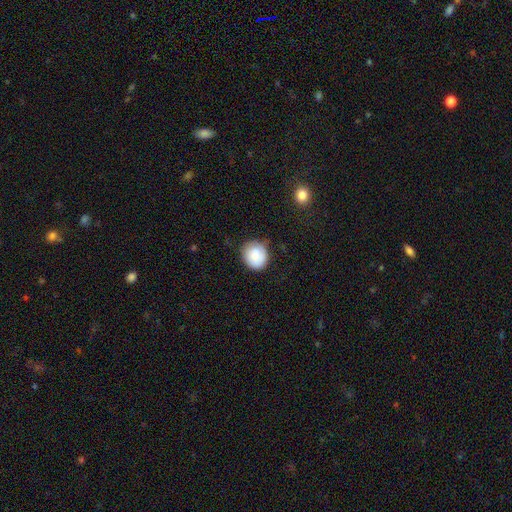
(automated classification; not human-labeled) smooth 82%, featured or disk 11%, star or artifact 8%. Down the decision tree: how rounded — round (83%); merging — none (70%).